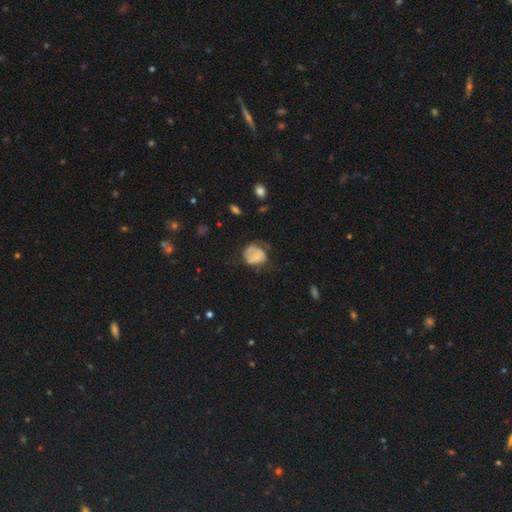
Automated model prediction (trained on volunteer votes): Smooth or featured? smooth (58%)
How rounded? round (61%)
Merging? none (36%)